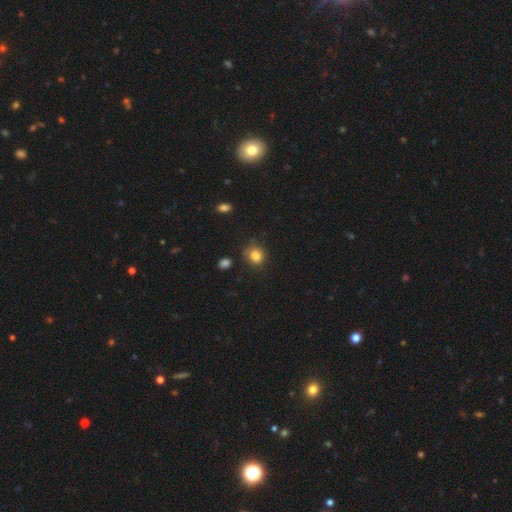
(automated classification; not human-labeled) Q: Smooth or featured?
A: smooth (83%); runner-up: star or artifact (11%)
Q: How rounded?
A: round (78%); runner-up: in between (21%)
Q: Merging?
A: none (76%); runner-up: minor disturbance (17%)